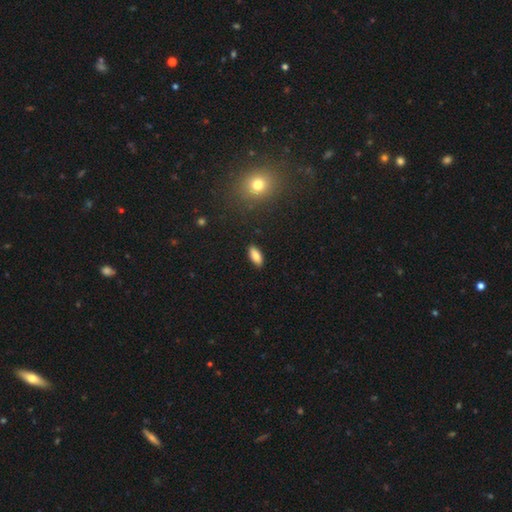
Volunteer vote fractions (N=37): Smooth or featured?
  - smooth: 95% *
  - star or artifact: 5%
  - featured or disk: 0%
How rounded?
  - in between: 74% *
  - cigar-shaped: 23%
  - round: 3%
Merging?
  - none: 100% *
  - minor disturbance: 0%
  - major disturbance: 0%
  - merger: 0%